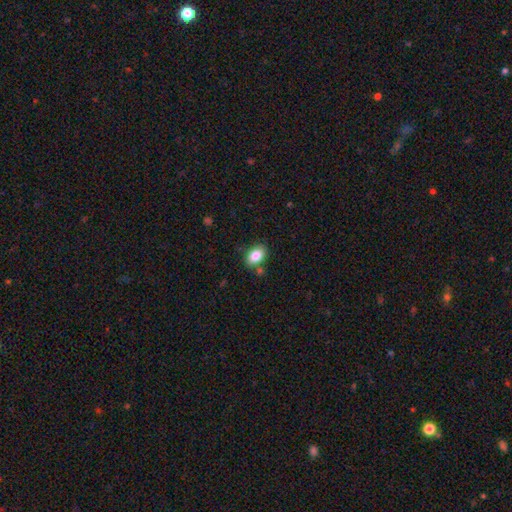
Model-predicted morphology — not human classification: Smooth or featured? Predicted: smooth (p=0.84). How rounded? Predicted: in between (p=0.88). Merging? Predicted: none (p=0.79).